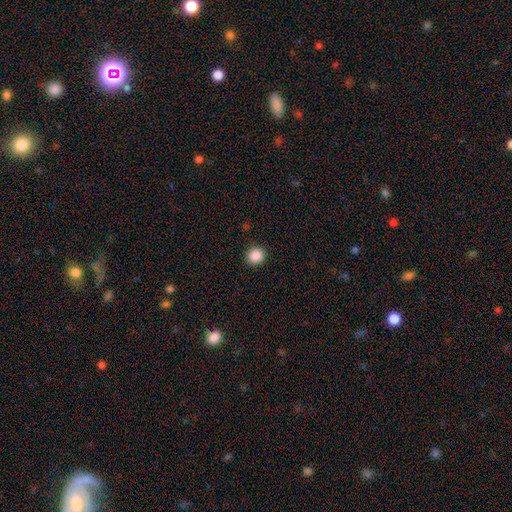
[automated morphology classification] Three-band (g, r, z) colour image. It shows a smooth galaxy with no disk features (88%) that is round (89%). Merging: none (91%).